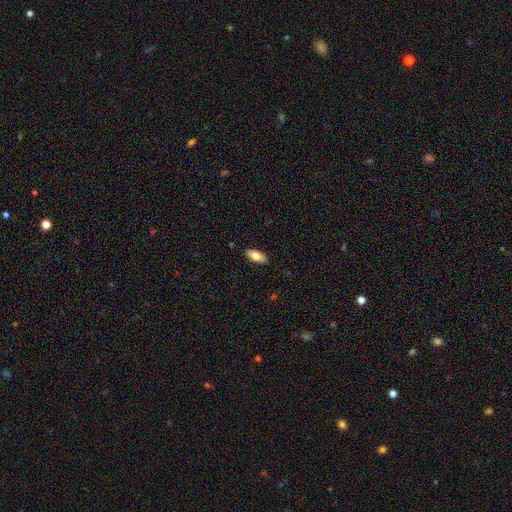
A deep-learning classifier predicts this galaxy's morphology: This appears to be a smooth galaxy with no disk features (80%) that is in between round and cigar-shaped (89%). Merging: none (88%).